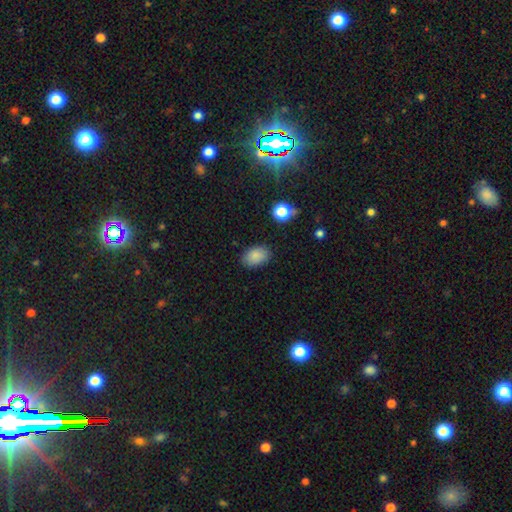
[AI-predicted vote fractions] Smooth or featured? smooth (85%)
How rounded? in between (86%)
Merging? none (85%)